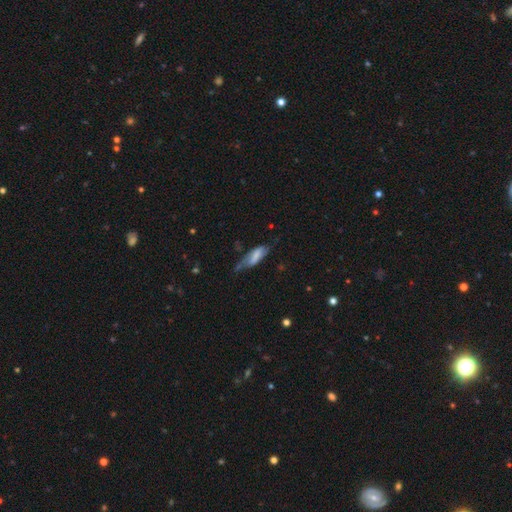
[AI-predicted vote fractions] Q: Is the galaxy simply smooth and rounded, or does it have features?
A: smooth — 54%.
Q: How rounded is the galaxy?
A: in between — 66%.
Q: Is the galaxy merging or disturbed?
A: none — 36%.